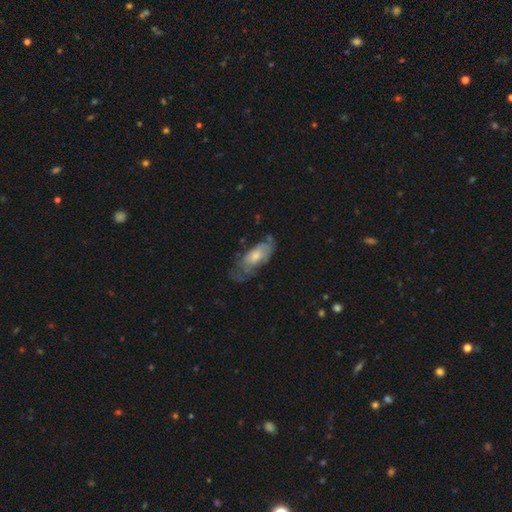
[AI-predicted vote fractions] Smooth or featured? smooth (50%)
Merging? none (39%)